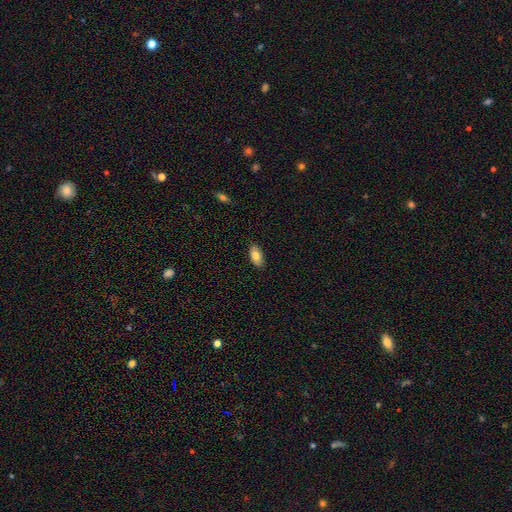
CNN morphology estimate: smooth_or_featured: smooth (p=0.82) [alt: featured or disk p=0.11]
how_rounded: in between (p=0.91) [alt: cigar-shaped p=0.07]
merging: none (p=0.88) [alt: minor disturbance p=0.09]